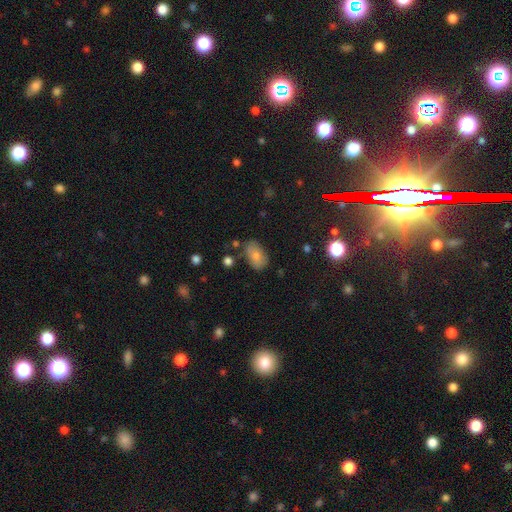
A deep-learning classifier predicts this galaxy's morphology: Smooth or featured? smooth (78%)
How rounded? in between (90%)
Merging? none (69%)